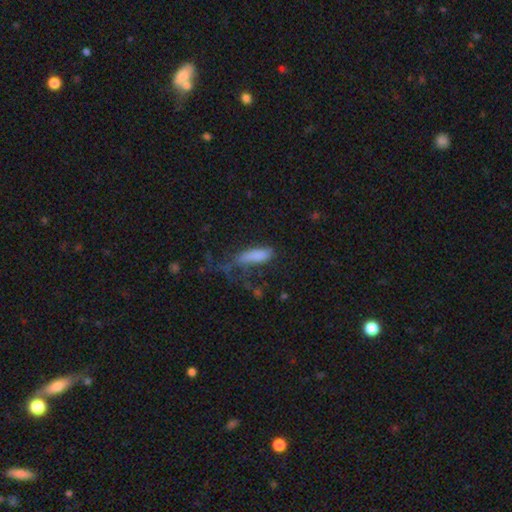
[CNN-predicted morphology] The model was most divided on "how rounded": cigar-shaped: 51%, in between: 46%, round: 3%. Remaining: smooth or featured — smooth (76%); merging — major disturbance (39%).